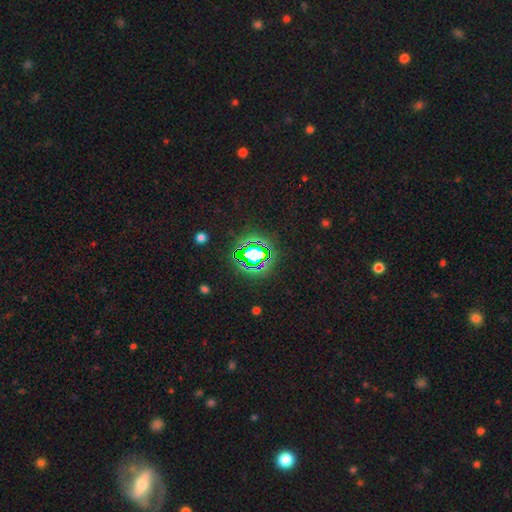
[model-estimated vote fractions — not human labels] Morphology: type=star or artifact (75%).